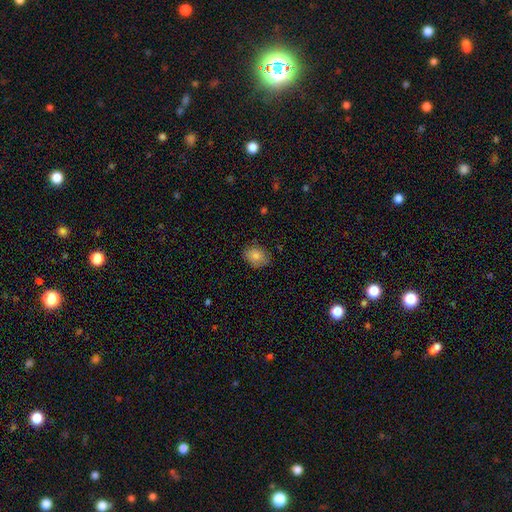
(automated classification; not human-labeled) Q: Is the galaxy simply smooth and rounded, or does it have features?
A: smooth — 80%.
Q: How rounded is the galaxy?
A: in between — 59%.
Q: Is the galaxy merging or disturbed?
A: none — 74%.